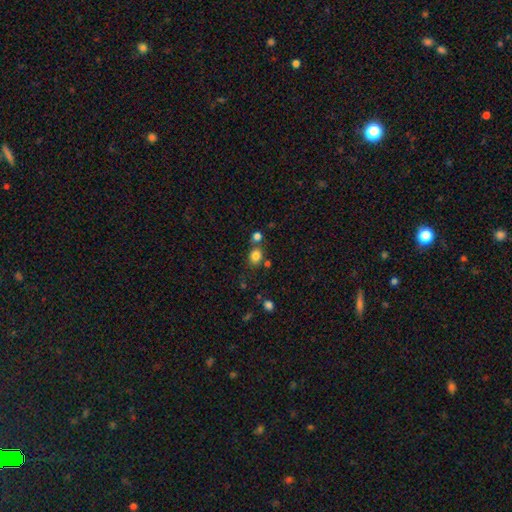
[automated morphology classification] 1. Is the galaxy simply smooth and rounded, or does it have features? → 82% smooth, 12% star or artifact, 6% featured or disk.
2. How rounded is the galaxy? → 58% round, 41% in between, 1% cigar-shaped.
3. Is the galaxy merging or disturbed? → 66% none, 18% merger, 11% minor disturbance, 4% major disturbance.